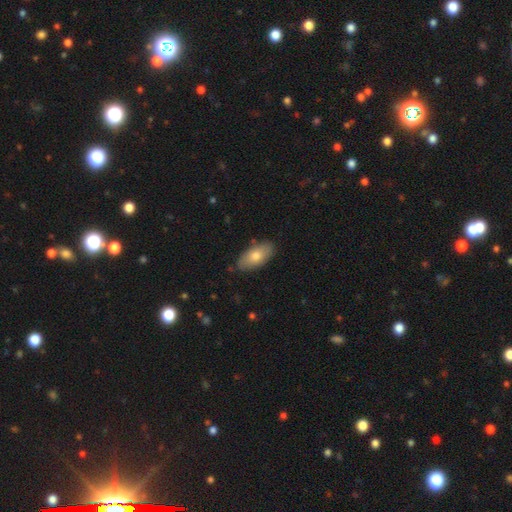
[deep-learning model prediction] A smooth galaxy with no disk features (74%) that is in between round and cigar-shaped (90%).

Vote fractions:
- Smooth or featured? smooth: 74% / featured or disk: 20% / star or artifact: 6%
- How rounded? in between: 90% / cigar-shaped: 7% / round: 3%
- Merging? none: 84% / minor disturbance: 12% / major disturbance: 2% / merger: 2%